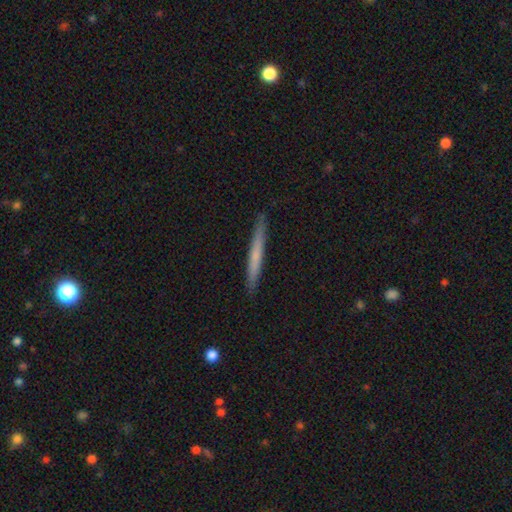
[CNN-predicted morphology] A smooth galaxy with no disk features (60%) that is cigar-shaped (97%). Merging: none (91%).